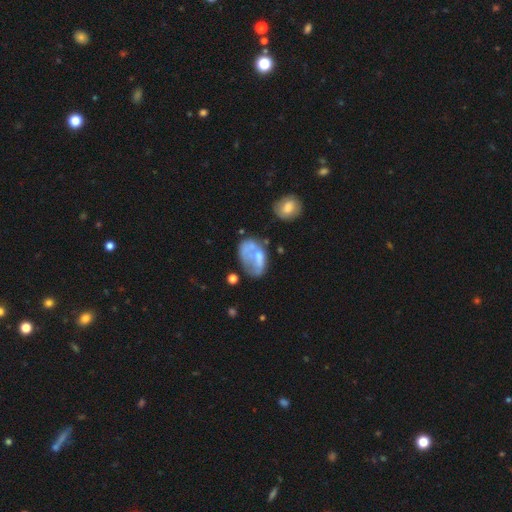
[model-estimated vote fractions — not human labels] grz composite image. It shows a smooth galaxy with no disk features (46%). Merging: none (30%).